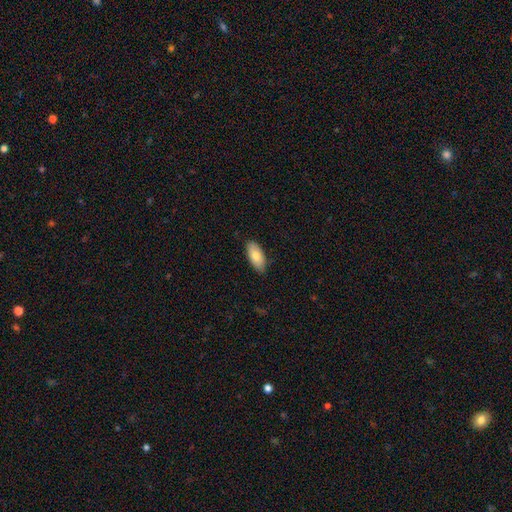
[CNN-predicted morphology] Smooth or featured: smooth — 79% (featured or disk — 15%)
How rounded: in between — 91% (cigar-shaped — 7%)
Merging: none — 85% (minor disturbance — 12%)